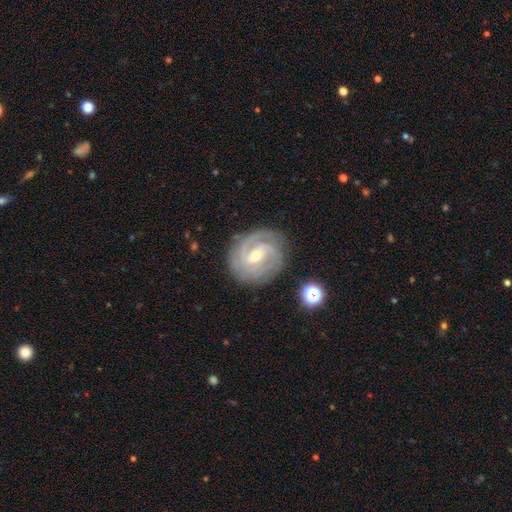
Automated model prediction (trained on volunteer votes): featured or disk 89%, smooth 6%, star or artifact 5%. Down the decision tree: edge-on disk — no (97%); bar — weak (52%); spiral arms — yes (98%); spiral arm count — 2 (45%); spiral winding — tight (62%); bulge size — small (57%); merging — none (82%).